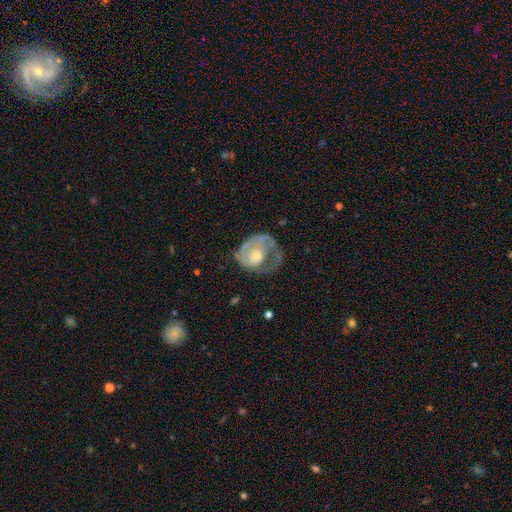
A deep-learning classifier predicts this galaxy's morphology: Smooth or featured: featured or disk — 62% (smooth — 32%)
Edge-on disk: no — 97% (yes — 3%)
Bar: no — 79% (weak — 18%)
Spiral arms: yes — 59% (no — 41%)
Bulge size: moderate — 55% (small — 35%)
Merging: major disturbance — 41% (none — 33%)